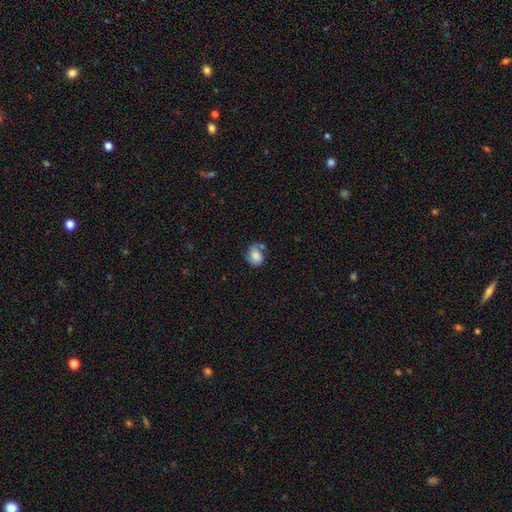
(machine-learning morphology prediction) This appears to be a smooth galaxy with no disk features (66%) that is round (50%). Merging: none (43%).